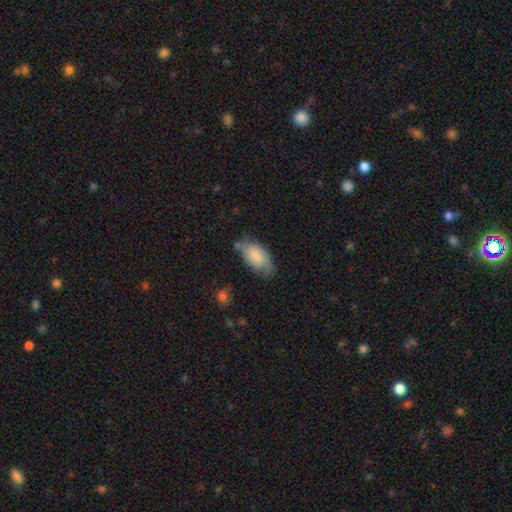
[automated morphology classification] type=smooth (80%); roundness=in between (93%); merging=none (57%).